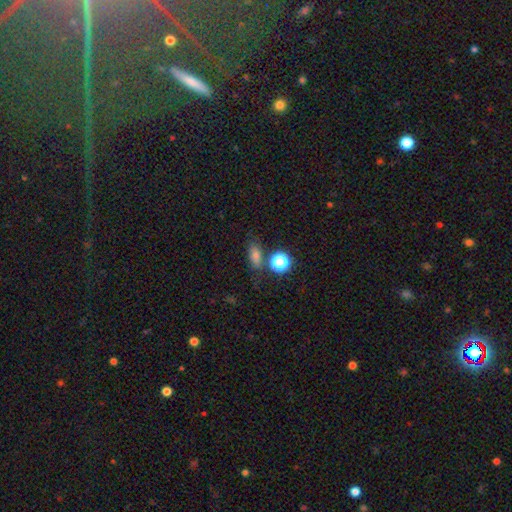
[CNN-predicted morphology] Overall: smooth (65%). How rounded: in between (70%). Merging: none (74%).